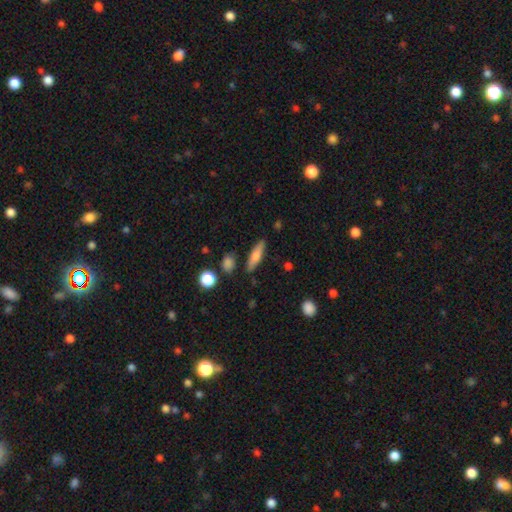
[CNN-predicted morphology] The model was most divided on "smooth or featured": smooth: 64%, featured or disk: 28%, star or artifact: 7%. More confident: merging — none (83%); how rounded — cigar-shaped (68%).